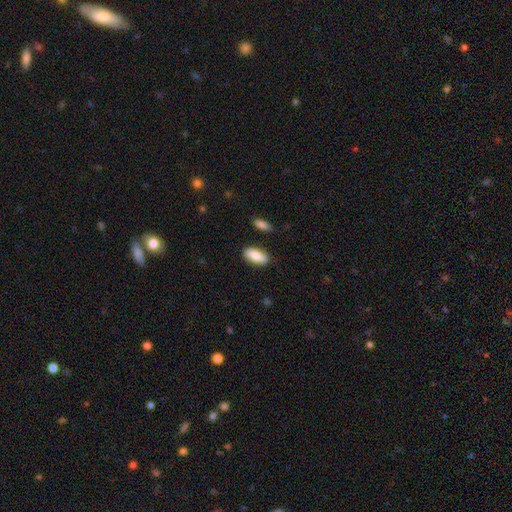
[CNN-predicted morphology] Smooth or featured: smooth — 80% (featured or disk — 14%)
How rounded: in between — 84% (cigar-shaped — 13%)
Merging: none — 84% (minor disturbance — 11%)